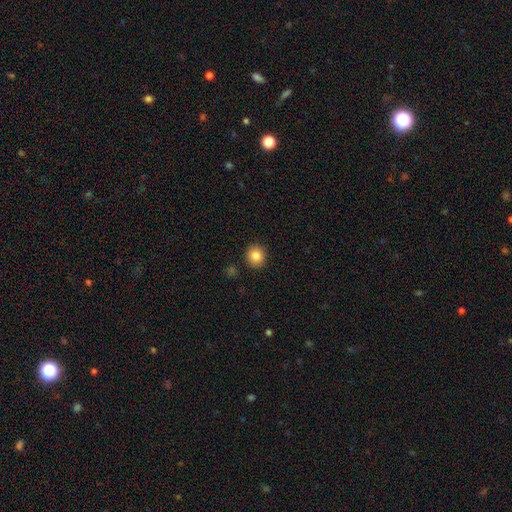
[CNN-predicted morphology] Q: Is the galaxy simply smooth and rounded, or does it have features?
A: smooth — 84%.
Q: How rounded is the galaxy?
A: round — 89%.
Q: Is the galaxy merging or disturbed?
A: none — 91%.